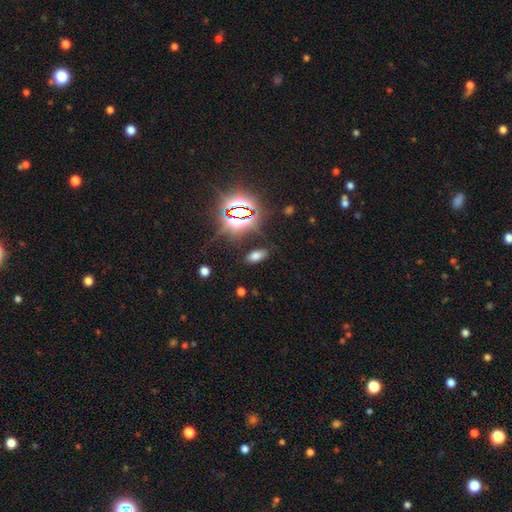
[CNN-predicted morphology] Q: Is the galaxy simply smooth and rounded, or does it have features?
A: smooth — 61%.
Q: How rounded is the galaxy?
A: in between — 88%.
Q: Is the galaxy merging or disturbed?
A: none — 85%.